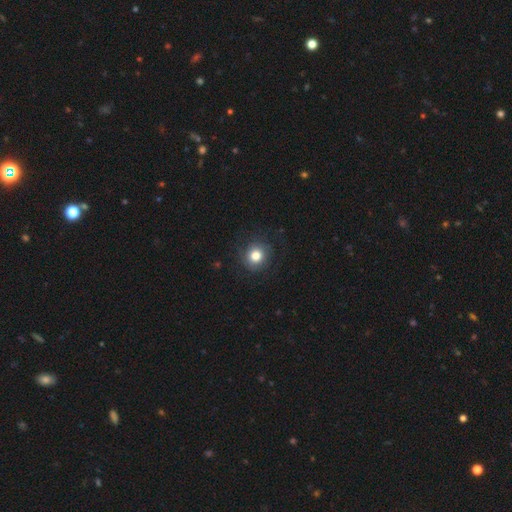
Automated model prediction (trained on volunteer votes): Smooth or featured? Predicted: smooth (p=0.80). How rounded? Predicted: round (p=0.89). Merging? Predicted: none (p=0.83).